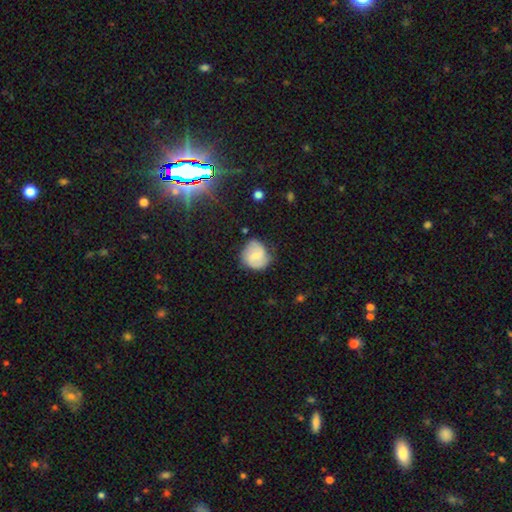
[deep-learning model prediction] Smooth or featured: smooth — 48% (featured or disk — 44%)
Merging: none — 62% (minor disturbance — 29%)